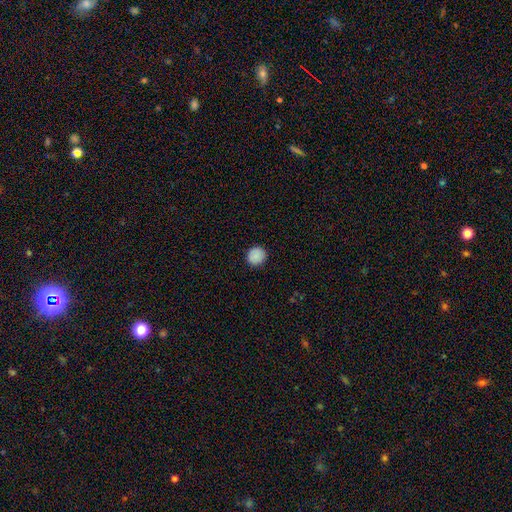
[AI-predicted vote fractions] smooth 88%, star or artifact 8%, featured or disk 4%. Down the decision tree: how rounded — round (89%); merging — none (90%).